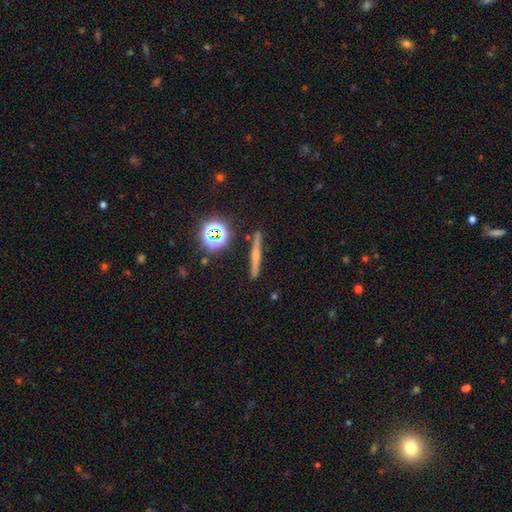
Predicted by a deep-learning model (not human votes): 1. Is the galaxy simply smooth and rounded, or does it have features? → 44% featured or disk, 39% smooth, 16% star or artifact.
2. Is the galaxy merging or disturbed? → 88% none, 8% minor disturbance, 2% merger, 2% major disturbance.